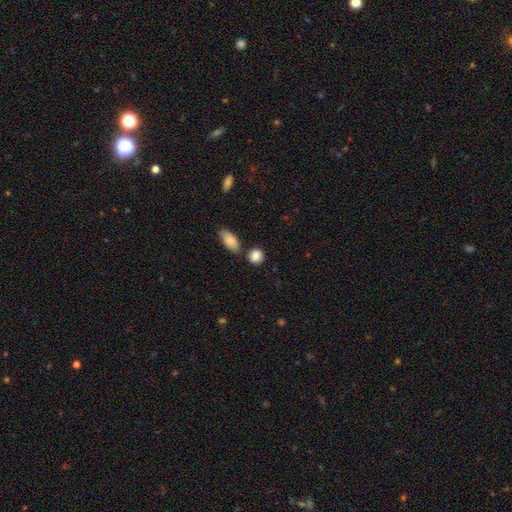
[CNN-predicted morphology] A smooth galaxy with no disk features (86%) that is round (68%).

Vote fractions:
- Smooth or featured? smooth: 86% / star or artifact: 8% / featured or disk: 6%
- How rounded? round: 68% / in between: 30% / cigar-shaped: 2%
- Merging? none: 73% / minor disturbance: 13% / merger: 11% / major disturbance: 3%